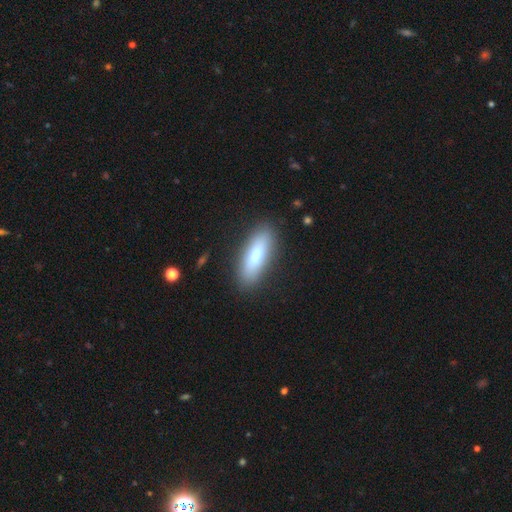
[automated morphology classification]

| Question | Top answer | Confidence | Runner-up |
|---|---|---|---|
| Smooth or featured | smooth | 77% | featured or disk (17%) |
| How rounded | in between | 60% | cigar-shaped (38%) |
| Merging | none | 86% | minor disturbance (10%) |